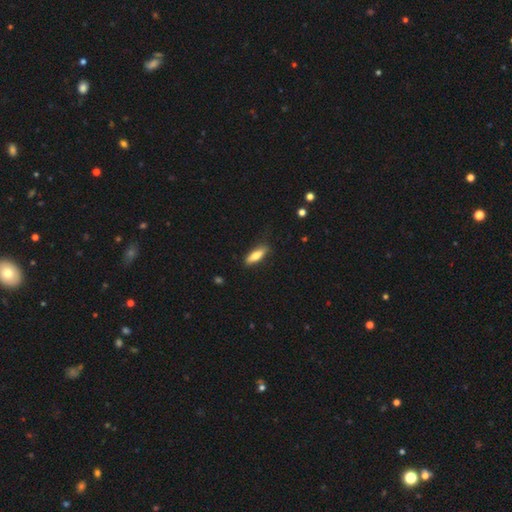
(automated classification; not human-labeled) This appears to be a smooth galaxy with no disk features (74%) that is in between round and cigar-shaped (50%). Merging: none (79%).